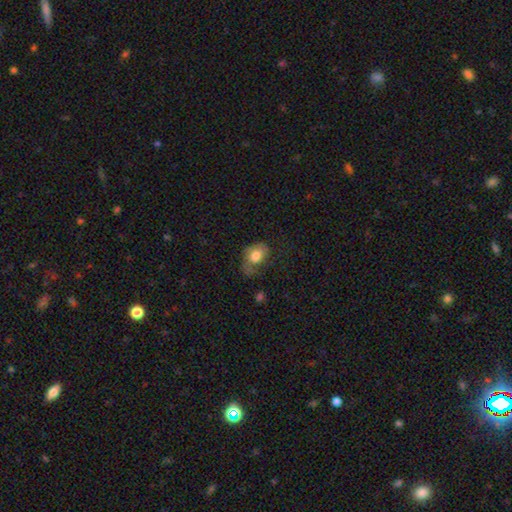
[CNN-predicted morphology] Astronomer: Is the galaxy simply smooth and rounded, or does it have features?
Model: smooth — 68%.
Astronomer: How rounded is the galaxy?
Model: in between — 79%.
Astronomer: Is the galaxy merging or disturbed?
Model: none — 33%, tied with major disturbance at 33%.